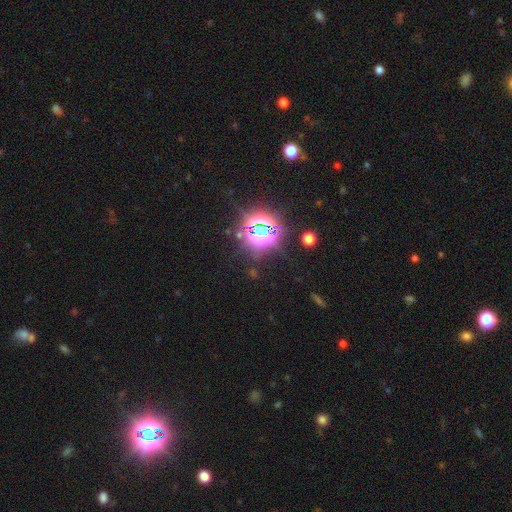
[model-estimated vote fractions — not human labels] Morphology: type=star or artifact (81%).